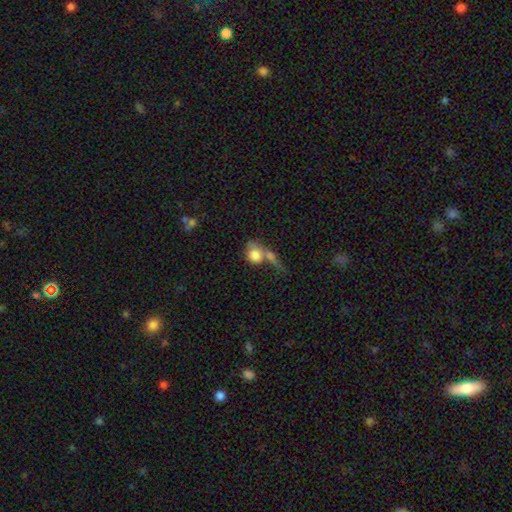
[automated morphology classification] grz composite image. It shows a smooth galaxy with no disk features (72%) that is round (54%). Merging: merger (54%).